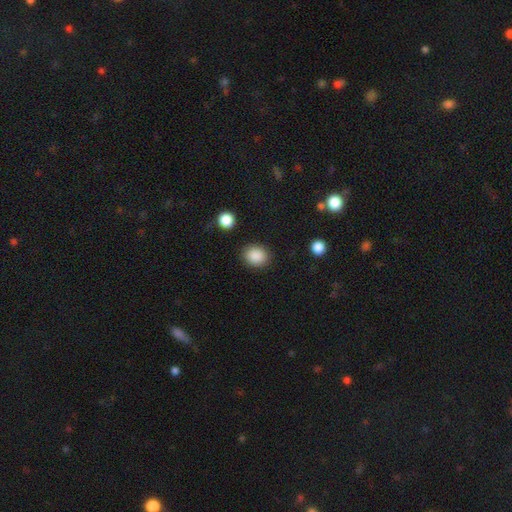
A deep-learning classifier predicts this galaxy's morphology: Smooth or featured? Predicted: smooth (p=0.88). How rounded? Predicted: round (p=0.63). Merging? Predicted: none (p=0.87).